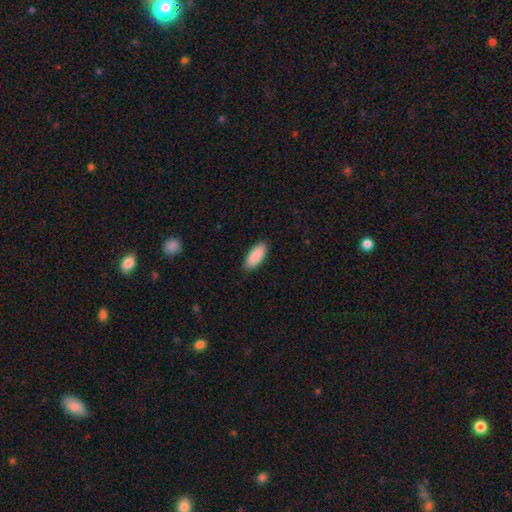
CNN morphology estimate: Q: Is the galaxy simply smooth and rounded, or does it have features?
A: smooth — 90%.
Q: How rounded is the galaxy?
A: in between — 85%.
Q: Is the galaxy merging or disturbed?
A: none — 89%.